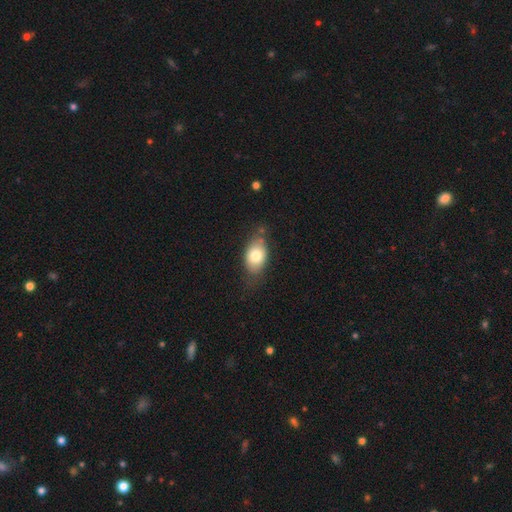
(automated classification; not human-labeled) Morphology: type=smooth (77%); roundness=in between (84%); merging=none (66%).